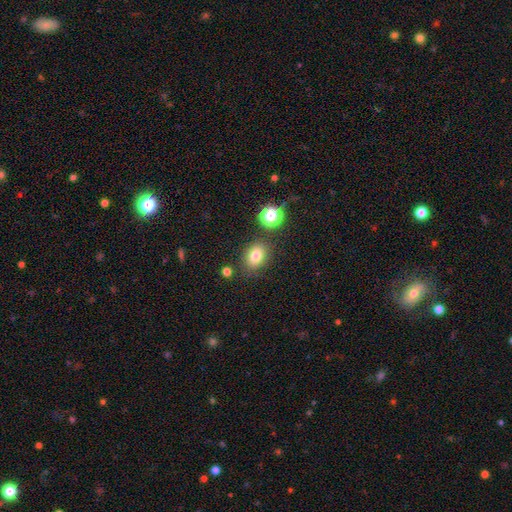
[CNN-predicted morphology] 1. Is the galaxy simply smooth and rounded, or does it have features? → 79% smooth, 13% star or artifact, 8% featured or disk.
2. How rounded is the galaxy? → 64% in between, 35% round, 1% cigar-shaped.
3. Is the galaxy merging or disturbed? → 80% none, 12% minor disturbance, 5% merger, 3% major disturbance.